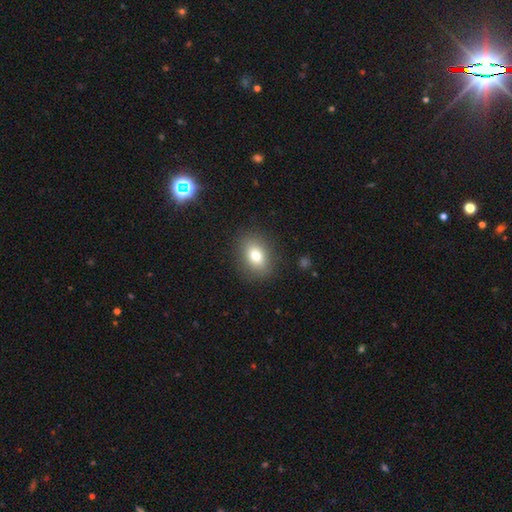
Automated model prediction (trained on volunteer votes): A smooth galaxy with no disk features (77%) that is in between round and cigar-shaped (66%). Merging: none (87%).